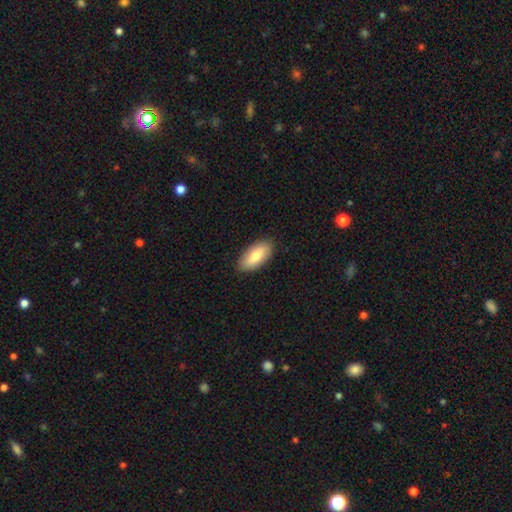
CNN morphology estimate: A smooth galaxy with no disk features (76%) that is in between round and cigar-shaped (89%). Merging: none (88%).